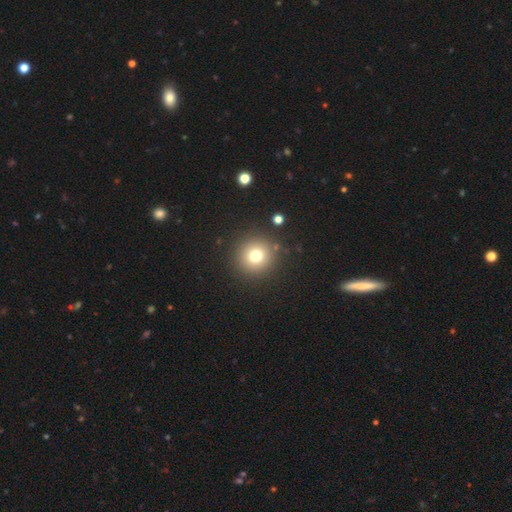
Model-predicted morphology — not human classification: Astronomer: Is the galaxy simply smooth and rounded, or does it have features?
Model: smooth — 75%.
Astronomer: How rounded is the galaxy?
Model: round — 94%.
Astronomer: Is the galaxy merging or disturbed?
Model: none — 88%.